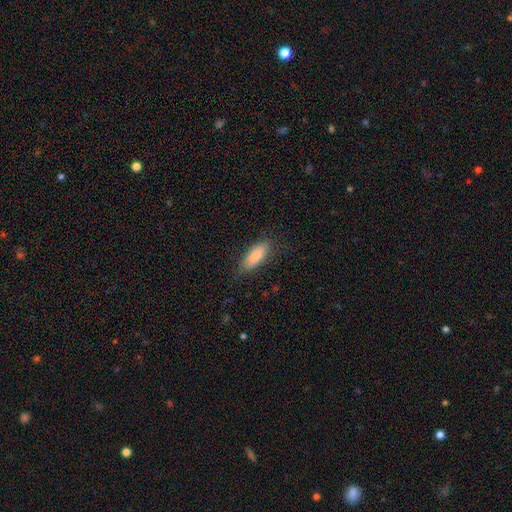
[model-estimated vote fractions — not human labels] This is clearly a smooth galaxy (83%). How rounded: likely in between (69%). Merging: likely none (79%).